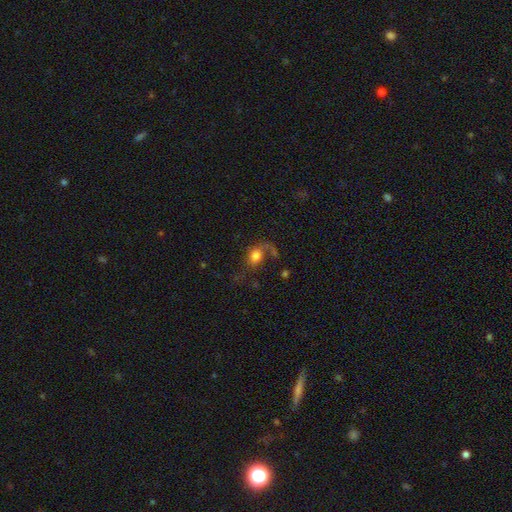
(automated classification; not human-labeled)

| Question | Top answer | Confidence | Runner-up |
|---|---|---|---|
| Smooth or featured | smooth | 76% | featured or disk (13%) |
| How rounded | in between | 62% | round (36%) |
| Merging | none | 51% | minor disturbance (21%) |